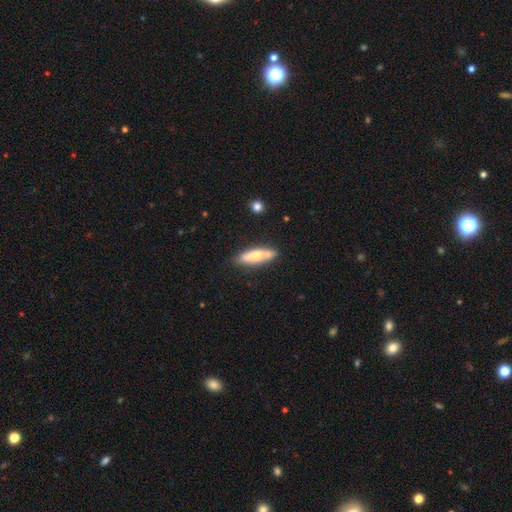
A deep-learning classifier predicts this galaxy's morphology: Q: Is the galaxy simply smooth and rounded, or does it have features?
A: smooth — 64%.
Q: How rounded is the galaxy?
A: cigar-shaped — 56%.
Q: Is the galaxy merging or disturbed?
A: none — 69%.